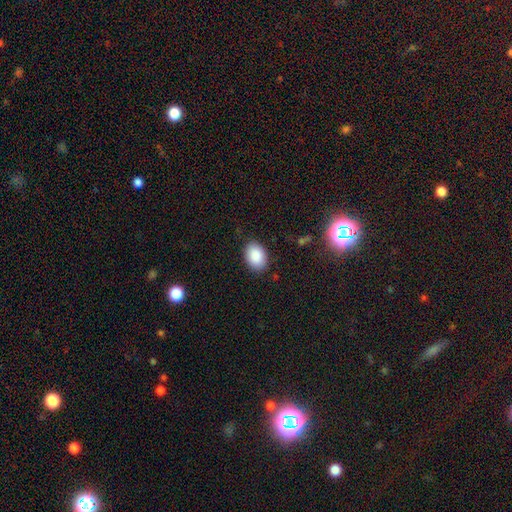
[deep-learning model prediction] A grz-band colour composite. It shows a smooth galaxy with no disk features (89%) that is in between round and cigar-shaped (84%). Merging: none (85%).